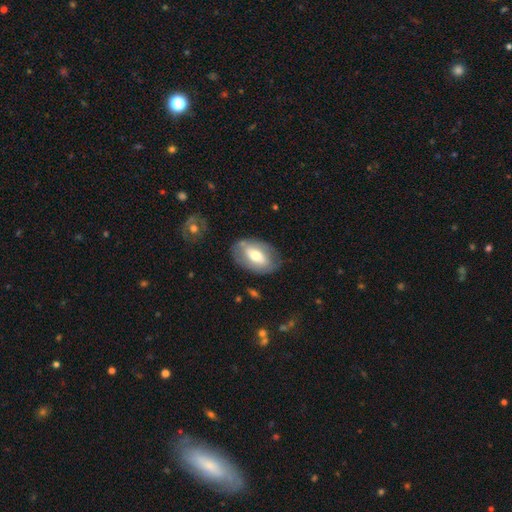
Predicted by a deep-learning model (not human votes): Morphology: type=smooth (51%); roundness=in between (89%); merging=none (75%).